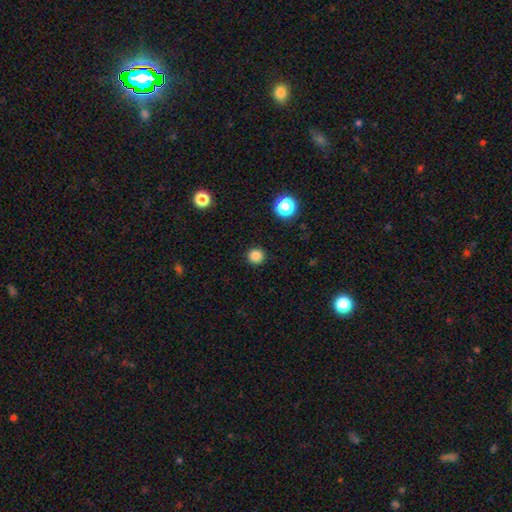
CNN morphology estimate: A smooth galaxy with no disk features (84%) that is round (95%).

Vote fractions:
- Smooth or featured? smooth: 84% / star or artifact: 12% / featured or disk: 4%
- How rounded? round: 95% / in between: 4% / cigar-shaped: 1%
- Merging? none: 92% / minor disturbance: 5% / major disturbance: 2% / merger: 1%